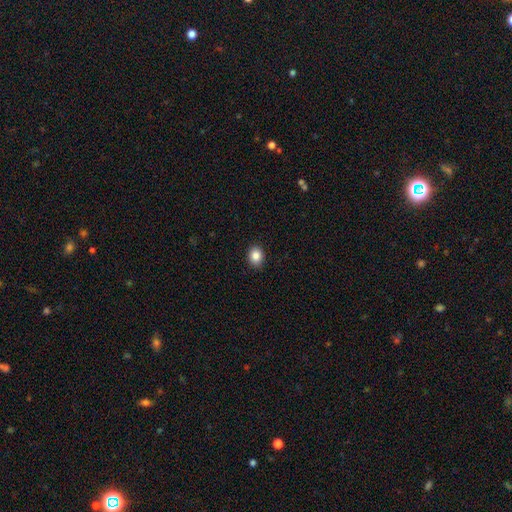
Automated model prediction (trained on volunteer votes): A smooth galaxy with no disk features (87%) that is round (53%).

Vote fractions:
- Smooth or featured? smooth: 87% / star or artifact: 9% / featured or disk: 4%
- How rounded? round: 53% / in between: 46% / cigar-shaped: 1%
- Merging? none: 90% / minor disturbance: 7% / major disturbance: 2% / merger: 1%